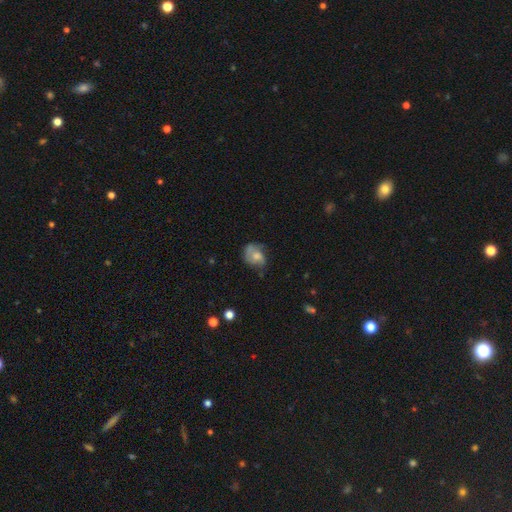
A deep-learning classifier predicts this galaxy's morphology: smooth_or_featured: featured or disk (p=0.46) [alt: smooth p=0.45]
merging: none (p=0.52) [alt: minor disturbance p=0.29]